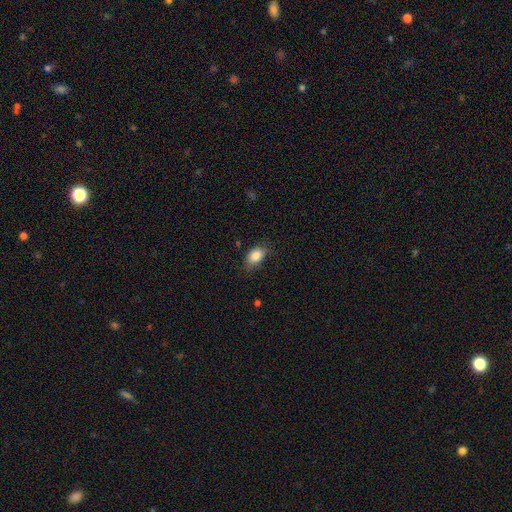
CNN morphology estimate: This is clearly a smooth galaxy (86%). How rounded: clearly in between (81%). Merging: likely none (64%).